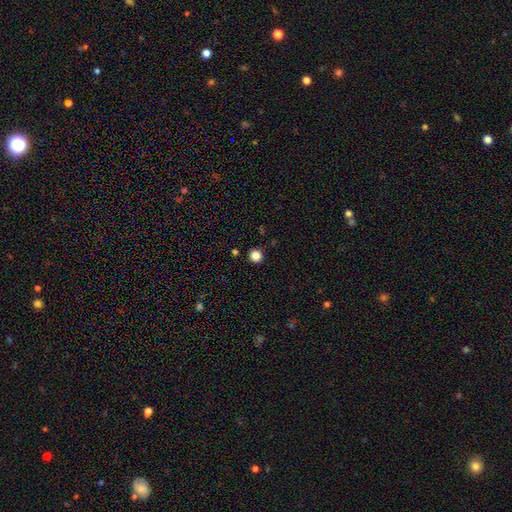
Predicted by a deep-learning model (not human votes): Smooth or featured? Predicted: smooth (p=0.86). How rounded? Predicted: round (p=0.95). Merging? Predicted: none (p=0.93).